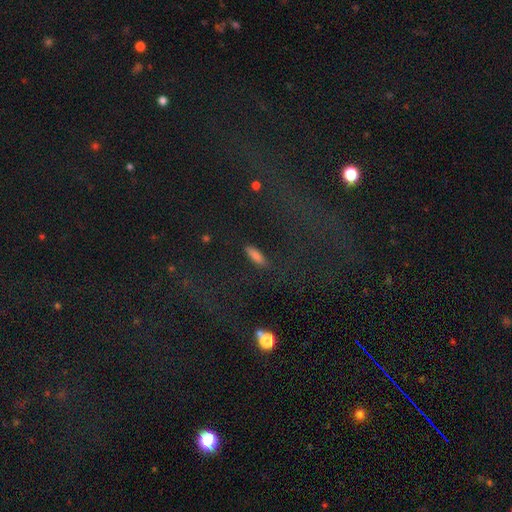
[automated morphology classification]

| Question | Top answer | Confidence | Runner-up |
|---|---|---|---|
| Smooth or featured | smooth | 76% | star or artifact (14%) |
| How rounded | cigar-shaped | 47% | tied: in between (47%) |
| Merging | none | 83% | minor disturbance (10%) |